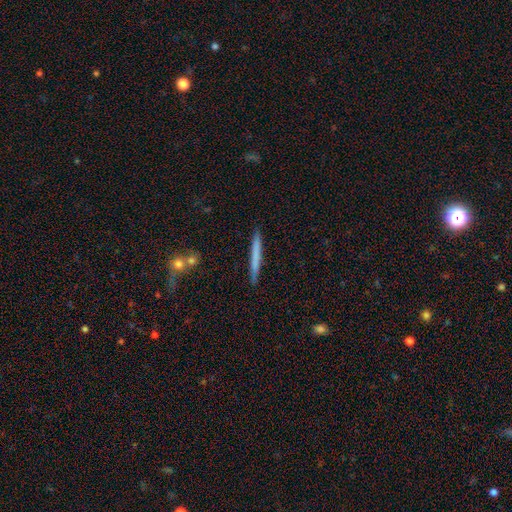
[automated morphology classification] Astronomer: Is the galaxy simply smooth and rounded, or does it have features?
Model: smooth — 63%.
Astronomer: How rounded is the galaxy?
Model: cigar-shaped — 97%.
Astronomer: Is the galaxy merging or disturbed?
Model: none — 89%.